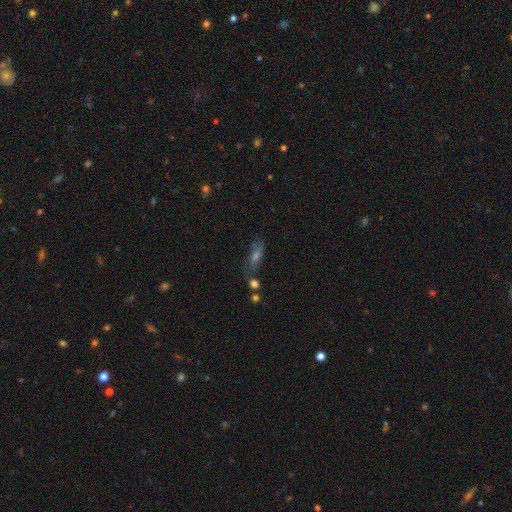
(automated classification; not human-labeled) Smooth or featured: smooth — 41% (featured or disk — 37%)
Merging: none — 65% (minor disturbance — 17%)